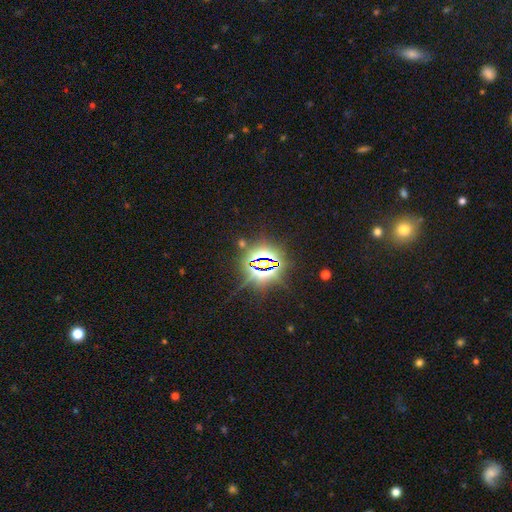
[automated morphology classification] A star or artifact, not a galaxy (82%).

Vote fractions:
- Smooth or featured? star or artifact: 82% / smooth: 10% / featured or disk: 7%